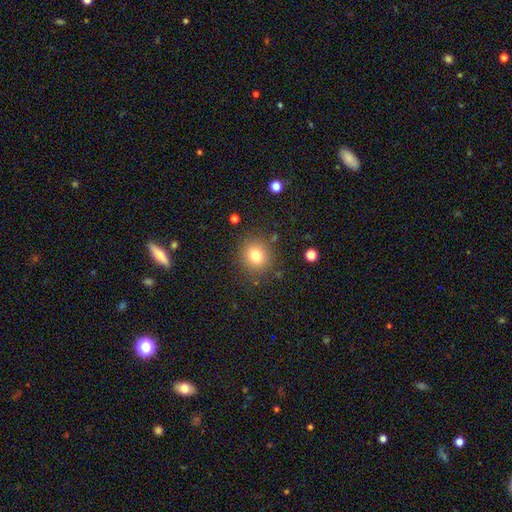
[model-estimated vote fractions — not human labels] Q: Smooth or featured?
A: smooth (78%); runner-up: star or artifact (13%)
Q: How rounded?
A: round (84%); runner-up: in between (15%)
Q: Merging?
A: none (85%); runner-up: minor disturbance (9%)